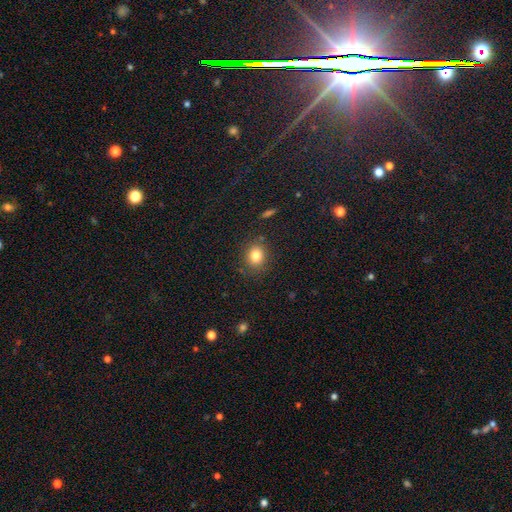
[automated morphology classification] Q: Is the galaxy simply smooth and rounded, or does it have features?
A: smooth — 81%.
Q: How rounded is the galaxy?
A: round — 68%.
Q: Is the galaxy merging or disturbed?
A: none — 84%.